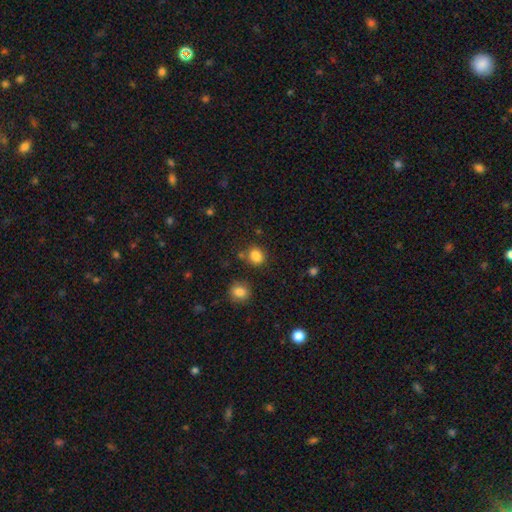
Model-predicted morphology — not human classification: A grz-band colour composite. It shows a smooth galaxy with no disk features (84%) that is round (68%). Merging: none (77%).